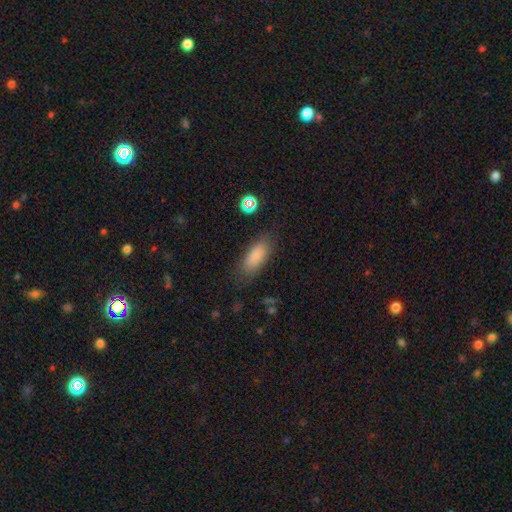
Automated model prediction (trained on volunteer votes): This appears to be a smooth galaxy with no disk features (84%) that is in between round and cigar-shaped (74%). Merging: none (77%).